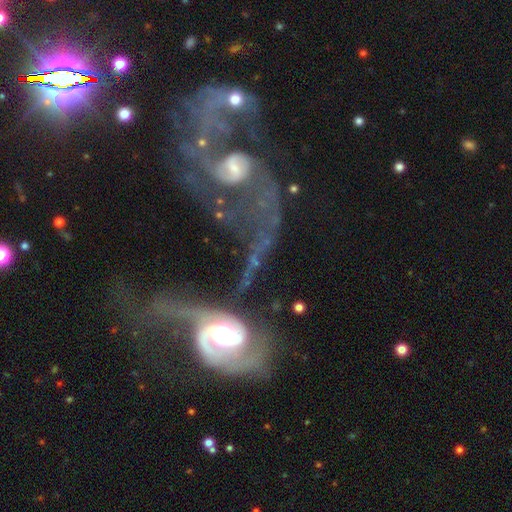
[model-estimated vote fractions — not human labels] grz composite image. It shows a featured or disk galaxy (82%) with no bar (53%), 2 (69%) loose (47%) spiral arms (88%) and a moderate central bulge (45%). Merging: merger (40%).